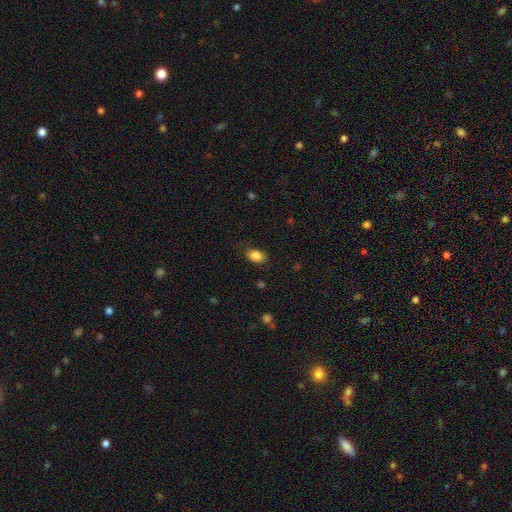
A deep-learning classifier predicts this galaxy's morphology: Q: Smooth or featured?
A: smooth (86%); runner-up: star or artifact (8%)
Q: How rounded?
A: in between (84%); runner-up: round (15%)
Q: Merging?
A: none (82%); runner-up: minor disturbance (13%)